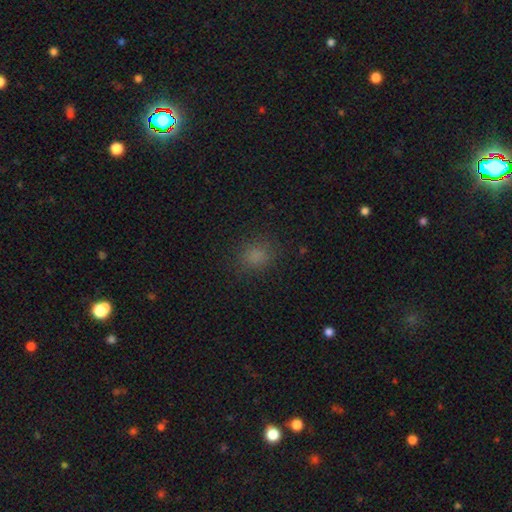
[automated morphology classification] Overall: smooth (79%). How rounded: round (71%). Merging: none (84%).